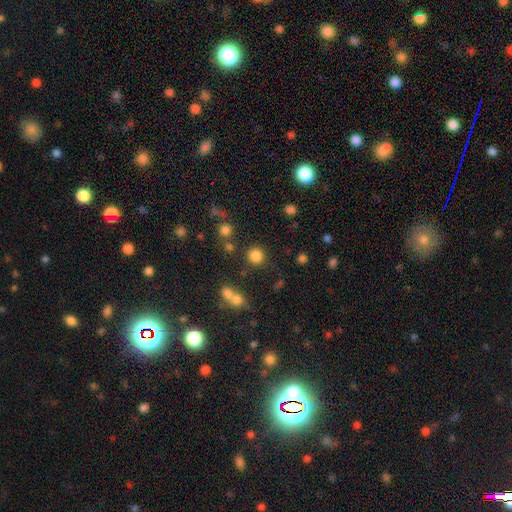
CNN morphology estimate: Q: Smooth or featured?
A: smooth (82%); runner-up: star or artifact (13%)
Q: How rounded?
A: round (90%); runner-up: in between (8%)
Q: Merging?
A: none (83%); runner-up: minor disturbance (7%)